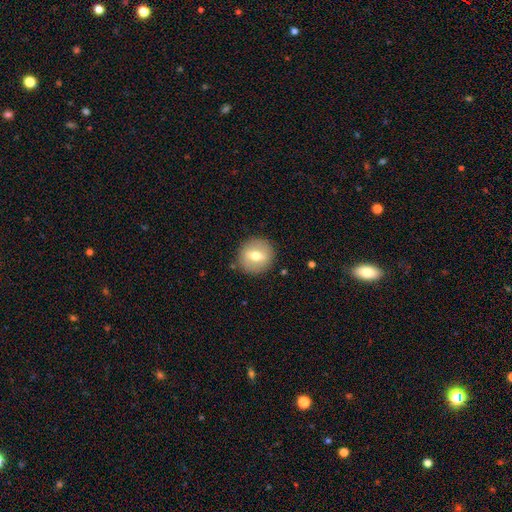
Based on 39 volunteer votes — smooth 62%, featured or disk 33%, star or artifact 5%. Down the decision tree: how rounded — round (92%); merging — none (95%).